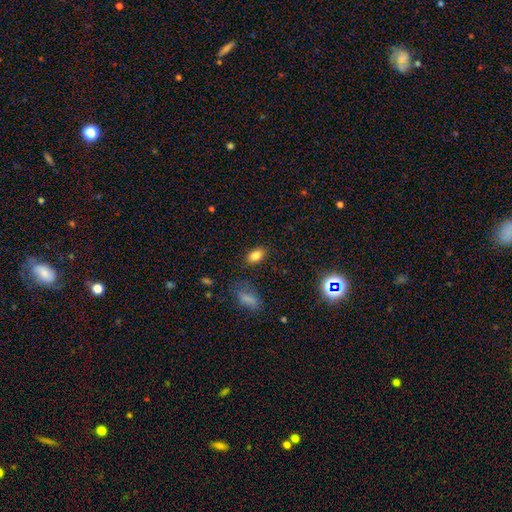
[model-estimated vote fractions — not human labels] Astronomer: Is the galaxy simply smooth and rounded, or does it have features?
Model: smooth — 83%.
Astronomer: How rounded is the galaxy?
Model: in between — 87%.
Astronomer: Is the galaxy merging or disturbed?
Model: none — 84%.